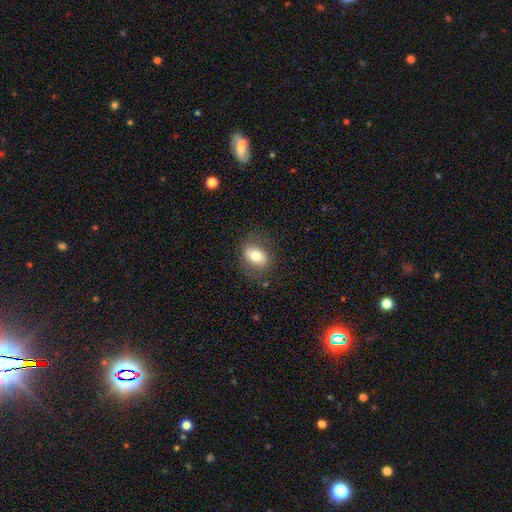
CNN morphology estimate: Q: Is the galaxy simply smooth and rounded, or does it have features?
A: smooth — 73%.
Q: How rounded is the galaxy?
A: in between — 74%.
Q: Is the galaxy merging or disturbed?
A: none — 77%.